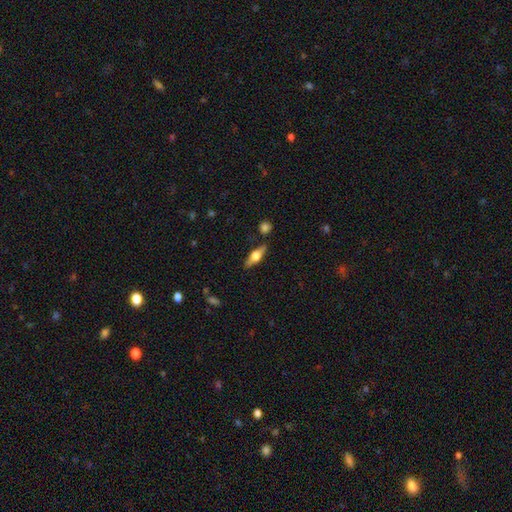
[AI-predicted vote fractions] This appears to be a featured or disk galaxy (57%) viewed edge-on (93%) with a rounded central bulge (92%). Merging: none (83%).